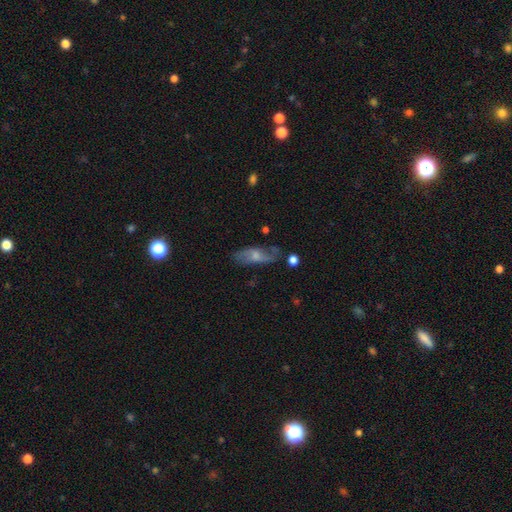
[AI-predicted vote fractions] The model was most divided on "smooth or featured": featured or disk: 48%, smooth: 44%, star or artifact: 8%. More confident: merging — none (62%).